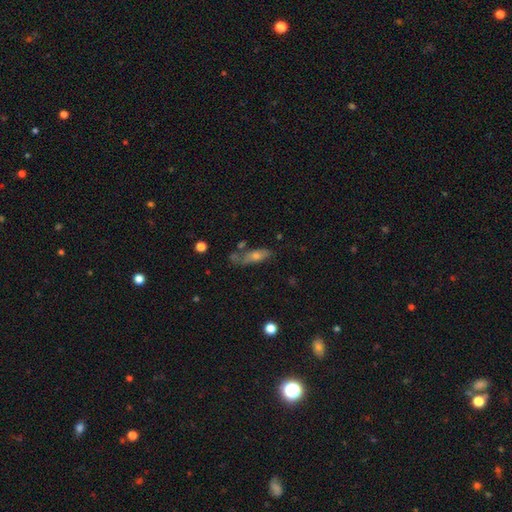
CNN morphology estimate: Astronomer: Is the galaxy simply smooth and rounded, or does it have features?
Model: smooth — 48% (runner-up: featured or disk, 40%).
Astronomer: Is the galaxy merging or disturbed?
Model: none — 50%.